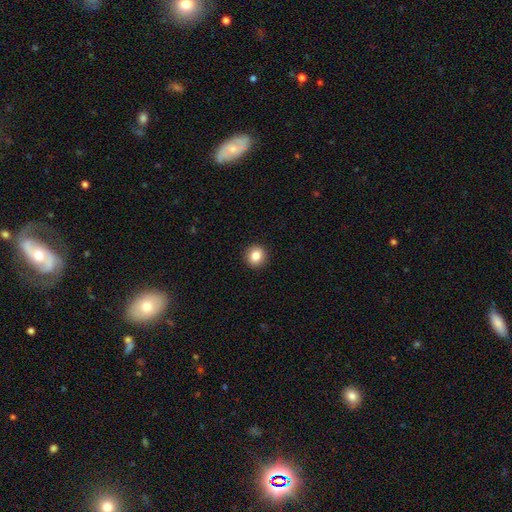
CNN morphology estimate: smooth_or_featured: smooth (p=0.84) [alt: star or artifact p=0.09]
how_rounded: round (p=0.89) [alt: in between p=0.10]
merging: none (p=0.93) [alt: minor disturbance p=0.05]